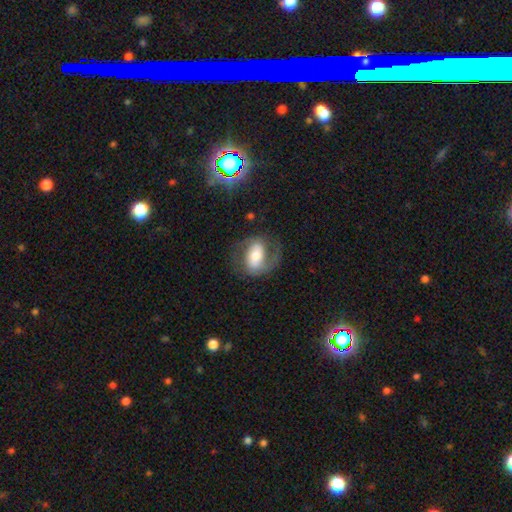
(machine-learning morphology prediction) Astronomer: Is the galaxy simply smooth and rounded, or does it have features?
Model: featured or disk — 65%.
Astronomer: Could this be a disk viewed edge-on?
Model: no — 95%.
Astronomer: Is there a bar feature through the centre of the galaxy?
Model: strong — 38% (runner-up: weak, 33%).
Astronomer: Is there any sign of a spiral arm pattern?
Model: yes — 83%.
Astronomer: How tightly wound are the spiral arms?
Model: medium — 48% (runner-up: loose, 27%).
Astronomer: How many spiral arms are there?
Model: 2 — 81%.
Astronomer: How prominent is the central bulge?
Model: moderate — 55%.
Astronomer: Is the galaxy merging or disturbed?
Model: none — 65%.